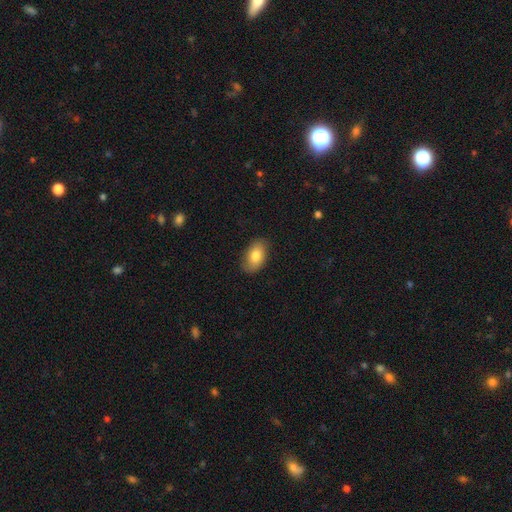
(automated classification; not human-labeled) Morphology: type=smooth (80%); roundness=in between (92%); merging=none (85%).